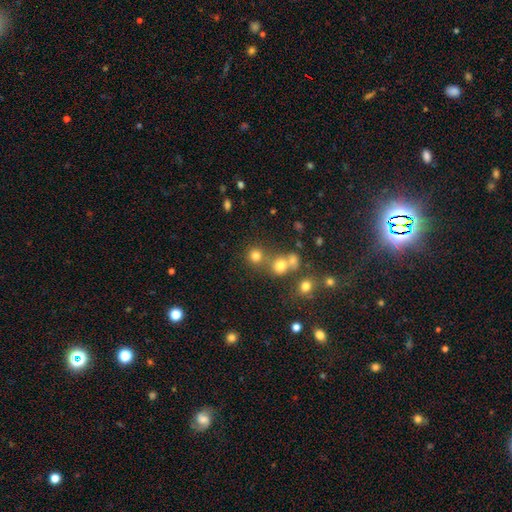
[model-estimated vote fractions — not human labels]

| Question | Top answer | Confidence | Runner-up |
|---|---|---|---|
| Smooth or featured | smooth | 75% | star or artifact (16%) |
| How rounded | round | 88% | in between (11%) |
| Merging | none | 62% | merger (26%) |